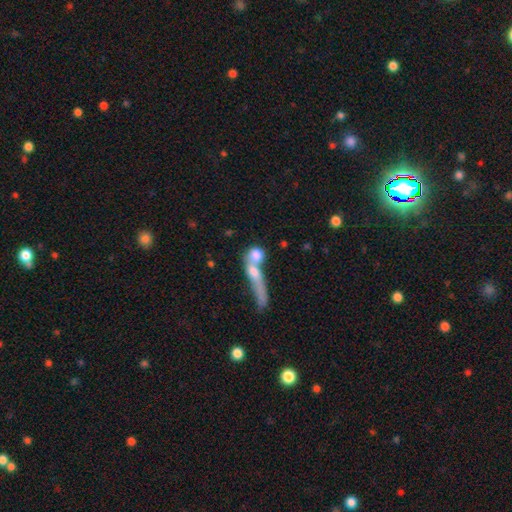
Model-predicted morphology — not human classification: A smooth galaxy with no disk features (70%) that is round (53%).

Vote fractions:
- Smooth or featured? smooth: 70% / featured or disk: 21% / star or artifact: 9%
- How rounded? round: 53% / in between: 25% / cigar-shaped: 22%
- Merging? merger: 59% / none: 22% / major disturbance: 11% / minor disturbance: 8%